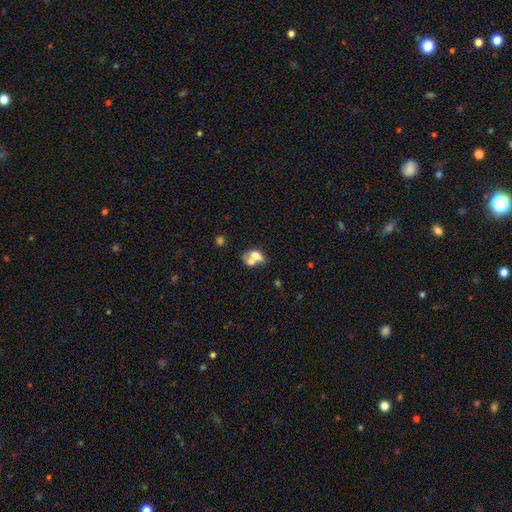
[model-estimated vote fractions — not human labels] Smooth or featured? Predicted: smooth (p=0.64). How rounded? Predicted: in between (p=0.75). Merging? Predicted: merger (p=0.66).